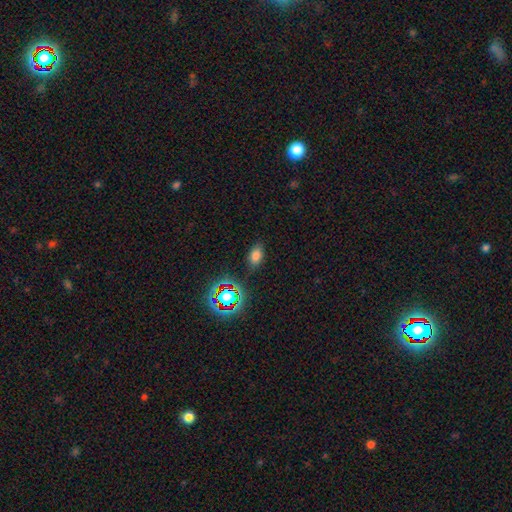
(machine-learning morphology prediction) The model was most divided on "smooth or featured": smooth: 73%, star or artifact: 20%, featured or disk: 8%. More confident: how rounded — in between (87%); merging — none (83%).